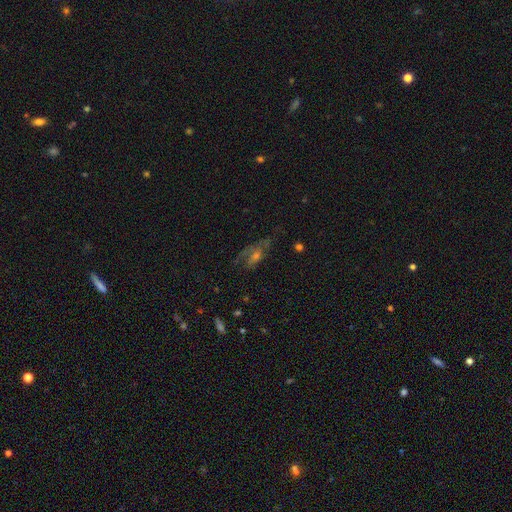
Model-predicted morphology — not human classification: Overall: featured or disk (59%; smooth 23%). Edge-on disk: no (88%). Bar: no (69%). Spiral arms: yes (72%). Bulge size: small (46%; moderate 40%). Merging: none (48%; major disturbance 28%).